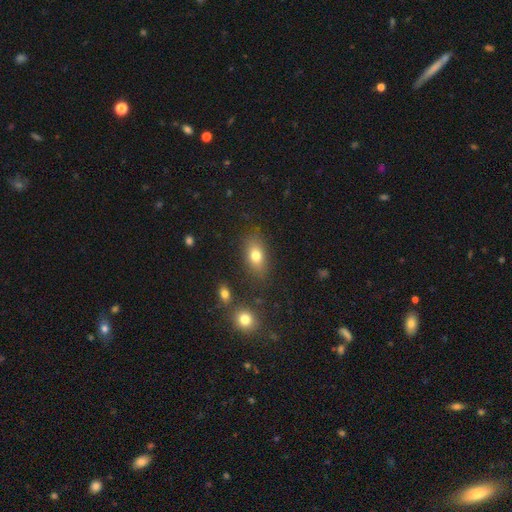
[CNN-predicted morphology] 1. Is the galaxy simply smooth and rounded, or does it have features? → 76% smooth, 13% featured or disk, 11% star or artifact.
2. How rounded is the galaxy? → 80% in between, 15% round, 5% cigar-shaped.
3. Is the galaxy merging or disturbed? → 80% none, 12% minor disturbance, 4% major disturbance, 3% merger.